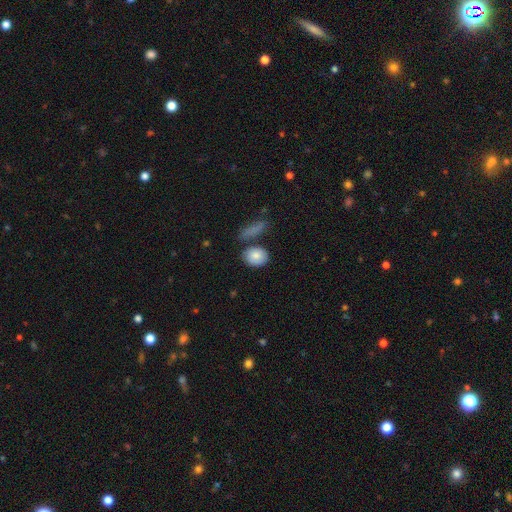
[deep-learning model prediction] smooth_or_featured: smooth (p=0.85) [alt: featured or disk p=0.08]
how_rounded: in between (p=0.57) [alt: round p=0.41]
merging: none (p=0.68) [alt: minor disturbance p=0.14]